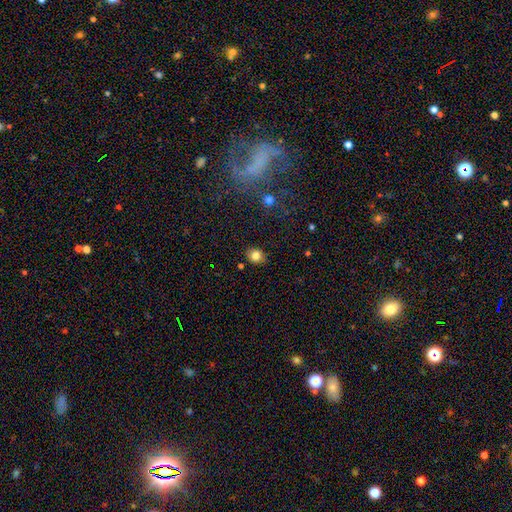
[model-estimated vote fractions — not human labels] Overall: smooth (81%). How rounded: round (70%). Merging: none (87%).